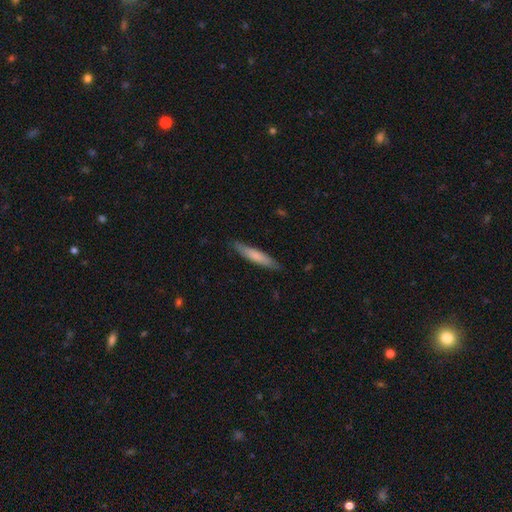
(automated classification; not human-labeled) Smooth or featured? smooth (71%)
How rounded? cigar-shaped (89%)
Merging? none (86%)